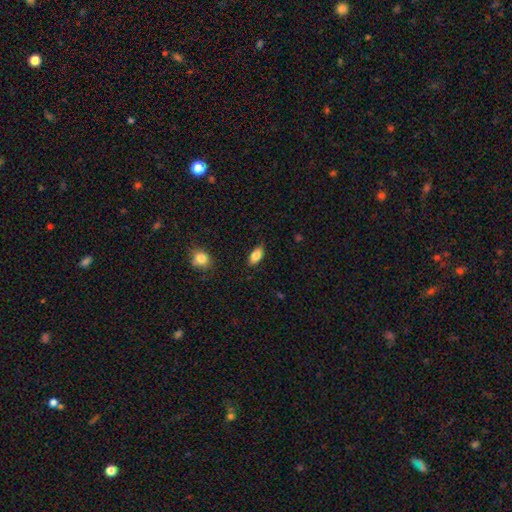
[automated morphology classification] smooth 84%, featured or disk 9%, star or artifact 7%. Down the decision tree: how rounded — in between (91%); merging — none (83%).